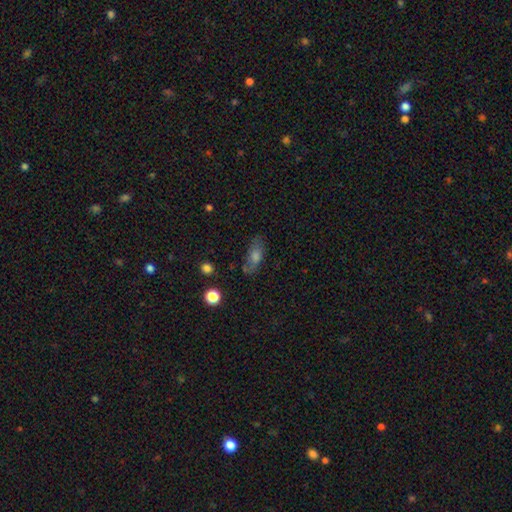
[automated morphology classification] This appears to be a smooth galaxy with no disk features (62%) that is in between round and cigar-shaped (74%). Merging: none (71%).